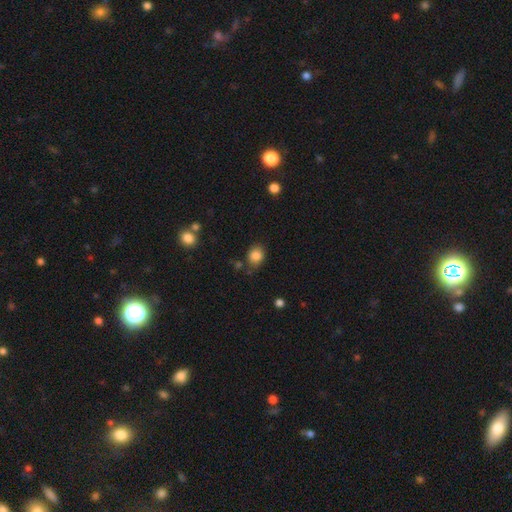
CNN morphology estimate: type=smooth (85%); roundness=round (56%); merging=none (75%).